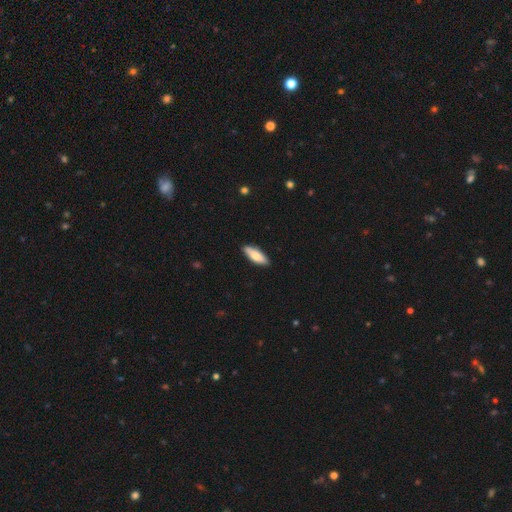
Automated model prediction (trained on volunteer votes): Smooth or featured? smooth (77%)
How rounded? in between (61%)
Merging? none (88%)